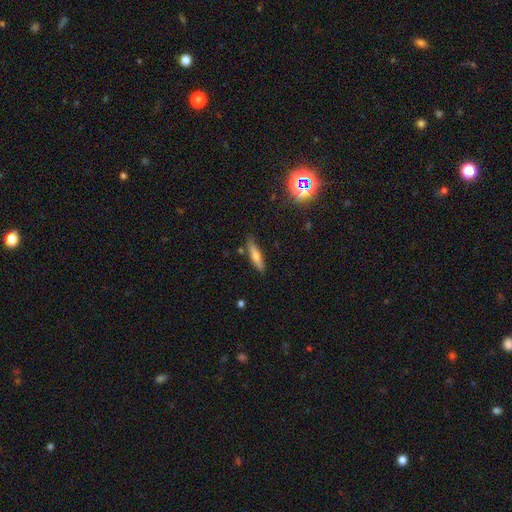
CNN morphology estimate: Smooth or featured? smooth (61%)
How rounded? cigar-shaped (78%)
Merging? none (83%)